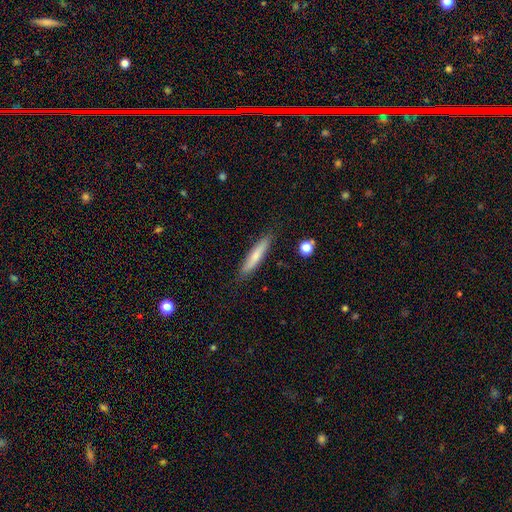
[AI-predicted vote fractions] Smooth or featured?
  - smooth: 69% *
  - featured or disk: 24%
  - star or artifact: 6%
How rounded?
  - cigar-shaped: 89% *
  - in between: 10%
  - round: 1%
Merging?
  - none: 86% *
  - minor disturbance: 10%
  - major disturbance: 2%
  - merger: 2%